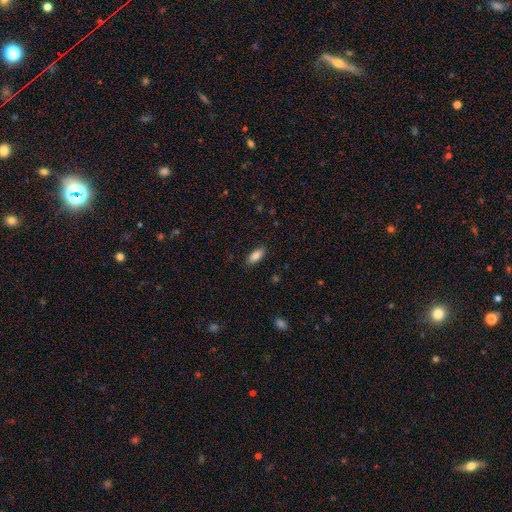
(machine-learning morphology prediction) smooth 86%, star or artifact 7%, featured or disk 6%. Down the decision tree: how rounded — in between (85%); merging — none (87%).